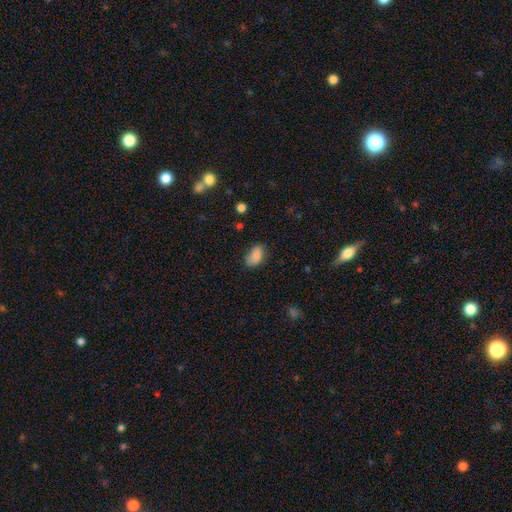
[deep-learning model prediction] This is clearly a smooth galaxy (82%). How rounded: clearly in between (88%). Merging: likely none (67%).